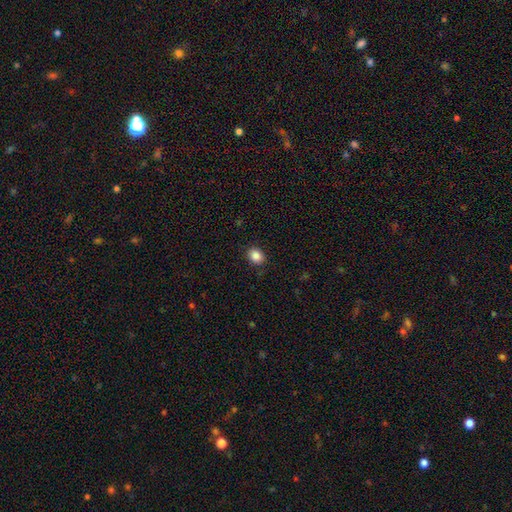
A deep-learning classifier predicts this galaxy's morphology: type=smooth (87%); roundness=round (51%); merging=none (89%).